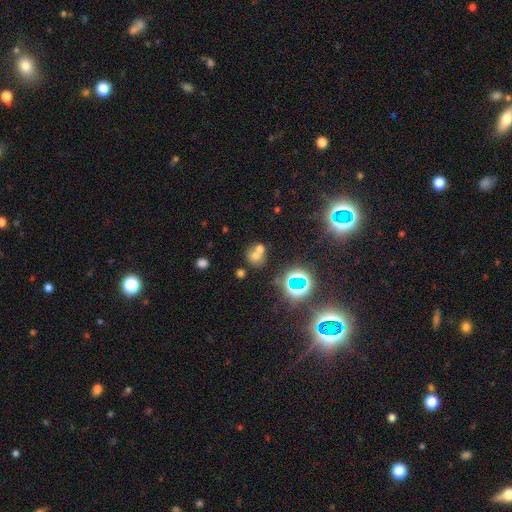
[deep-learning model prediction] This is possibly a smooth galaxy (56%). How rounded: likely round (77%). Merging: marginally merger (45%).